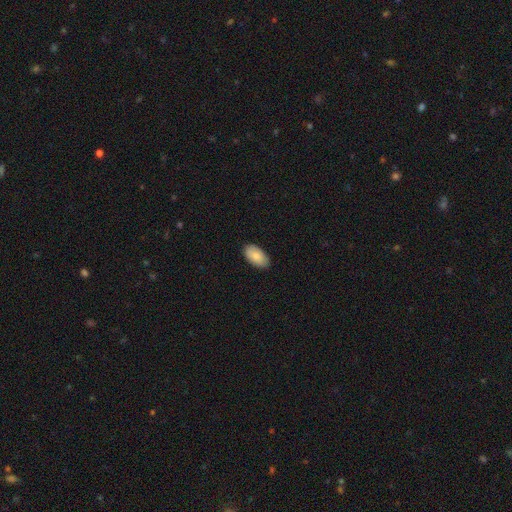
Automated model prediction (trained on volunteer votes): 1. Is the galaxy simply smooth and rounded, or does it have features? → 86% smooth, 8% featured or disk, 6% star or artifact.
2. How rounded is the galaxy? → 95% in between, 3% round, 2% cigar-shaped.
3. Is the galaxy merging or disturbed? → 87% none, 10% minor disturbance, 2% major disturbance, 1% merger.